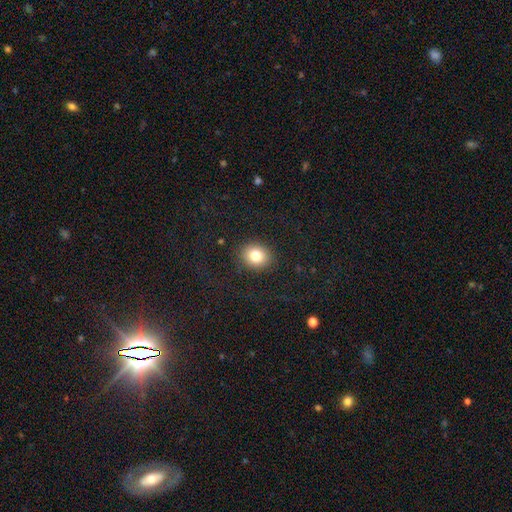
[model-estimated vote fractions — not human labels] This appears to be a smooth galaxy with no disk features (81%) that is round (67%). Merging: none (88%).